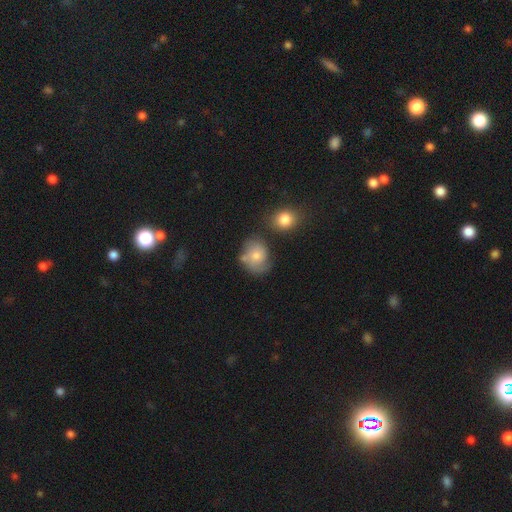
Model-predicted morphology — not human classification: smooth_or_featured: smooth (p=0.59) [alt: featured or disk p=0.32]
how_rounded: round (p=0.61) [alt: in between p=0.38]
merging: none (p=0.53) [alt: minor disturbance p=0.24]